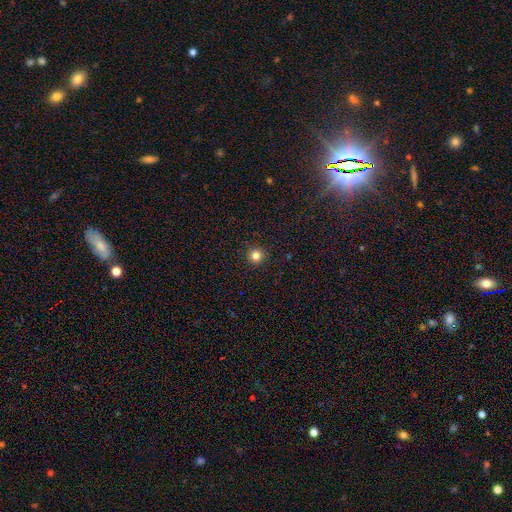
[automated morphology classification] smooth-or-featured: smooth: 82% | star or artifact: 13% | featured or disk: 5%
  how-rounded: round: 96% | in between: 3% | cigar-shaped: 1%
  merging: none: 93% | minor disturbance: 4% | major disturbance: 2% | merger: 1%